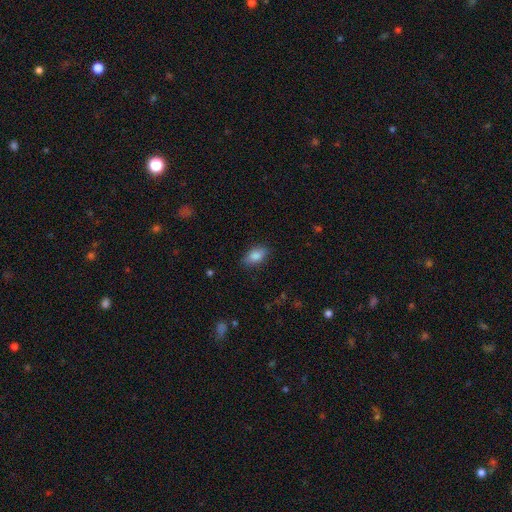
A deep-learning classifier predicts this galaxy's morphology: smooth 86%, star or artifact 8%, featured or disk 7%. Down the decision tree: how rounded — in between (90%); merging — none (83%).